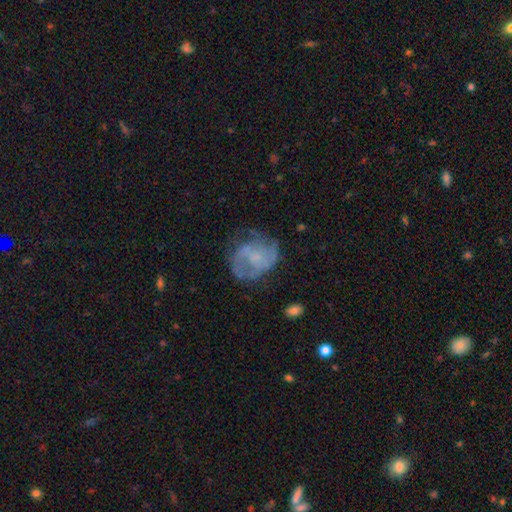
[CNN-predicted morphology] A featured or disk galaxy (62%) with no bar (71%), spiral arms (68%) and a small central bulge (46%).

Vote fractions:
- Smooth or featured? featured or disk: 62% / smooth: 29% / star or artifact: 9%
- Edge-on disk? no: 98% / yes: 2%
- Bar? no: 71% / weak: 25% / strong: 4%
- Spiral arms? yes: 68% / no: 32%
- Bulge size? small: 46% / none: 31% / moderate: 19% / large: 3% / dominant: 1%
- Merging? none: 54% / minor disturbance: 23% / major disturbance: 20% / merger: 2%